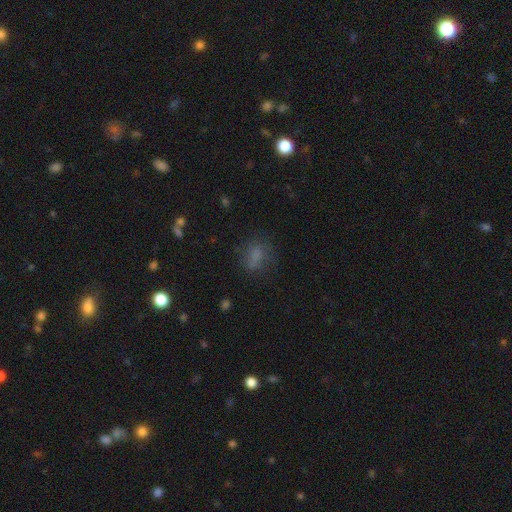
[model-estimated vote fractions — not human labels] This is likely a smooth galaxy (71%). How rounded: possibly in between (58%). Merging: likely none (64%).